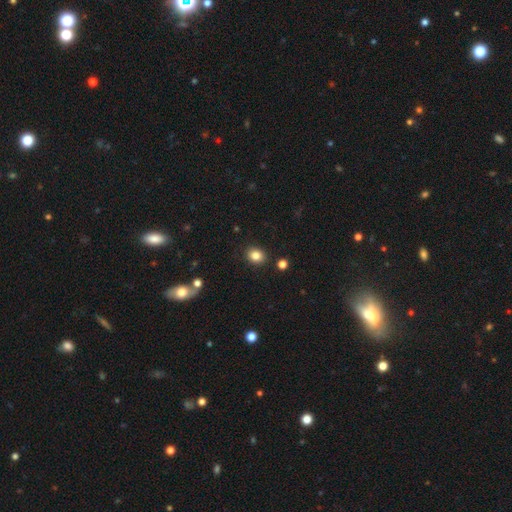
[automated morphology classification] Q: Smooth or featured?
A: smooth (83%); runner-up: star or artifact (11%)
Q: How rounded?
A: round (57%); runner-up: in between (43%)
Q: Merging?
A: none (88%); runner-up: minor disturbance (7%)